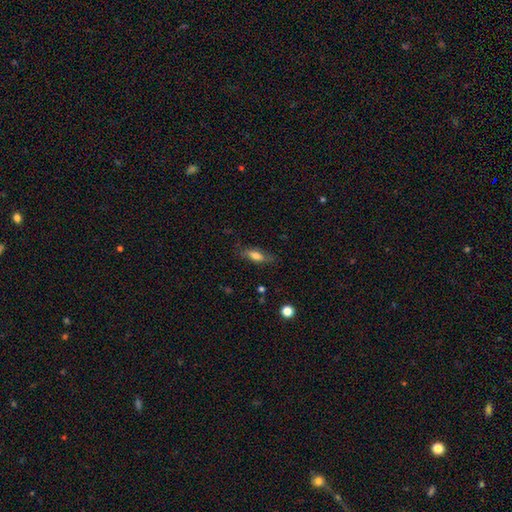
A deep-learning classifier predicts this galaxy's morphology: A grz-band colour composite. It shows a smooth galaxy with no disk features (66%) that is in between round and cigar-shaped (64%). Merging: none (75%).